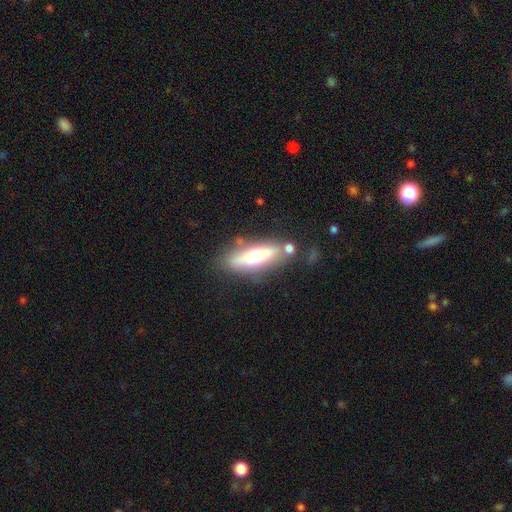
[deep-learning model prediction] The model was most divided on "how rounded": cigar-shaped: 54%, in between: 44%, round: 2%. More confident: merging — none (71%); smooth or featured — smooth (55%).